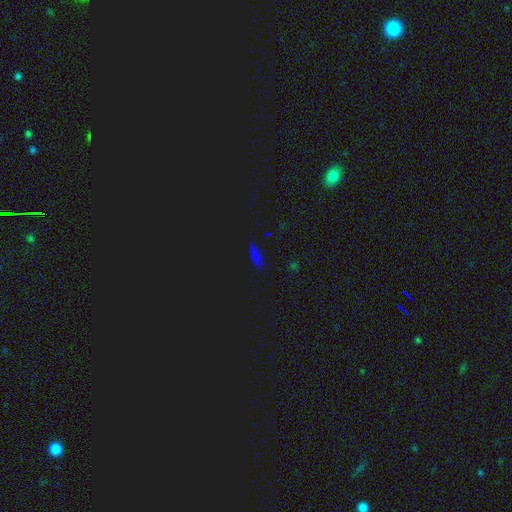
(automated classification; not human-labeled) The model was most divided on "smooth or featured": smooth: 49%, star or artifact: 43%, featured or disk: 8%. More confident: merging — none (85%).